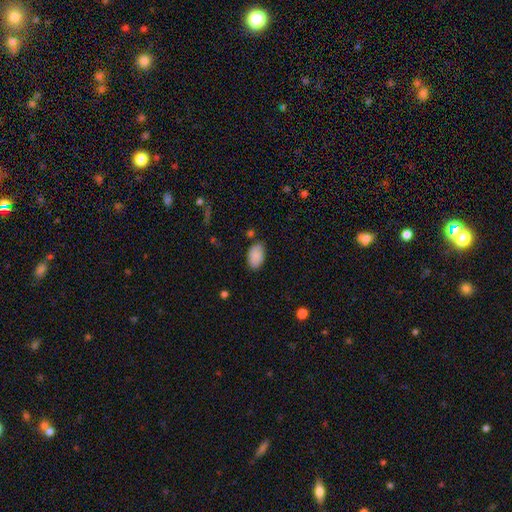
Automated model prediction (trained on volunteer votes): Smooth or featured? Predicted: smooth (p=0.89). How rounded? Predicted: in between (p=0.93). Merging? Predicted: none (p=0.77).